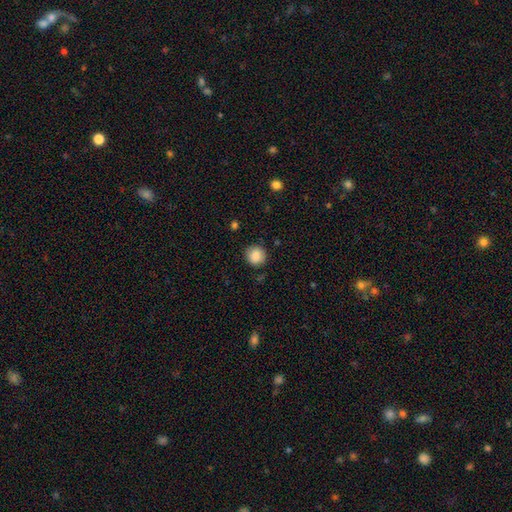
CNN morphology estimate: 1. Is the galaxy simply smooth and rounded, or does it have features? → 87% smooth, 8% star or artifact, 5% featured or disk.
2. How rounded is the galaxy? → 92% round, 7% in between, 1% cigar-shaped.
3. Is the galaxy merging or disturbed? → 87% none, 9% minor disturbance, 2% major disturbance, 1% merger.